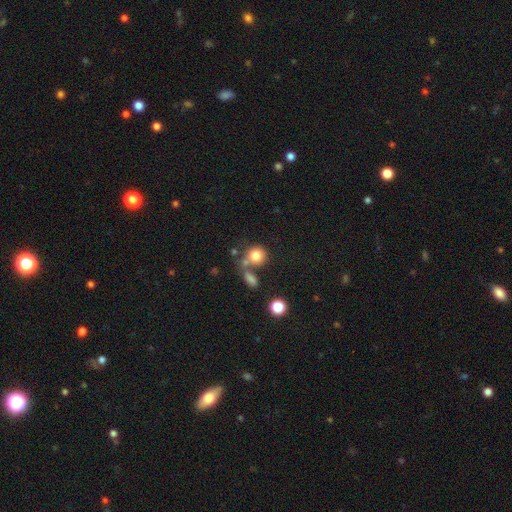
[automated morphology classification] The model was most divided on "merging": none: 53%, merger: 28%, minor disturbance: 12%, major disturbance: 7%. More confident: how rounded — round (83%); smooth or featured — smooth (79%).